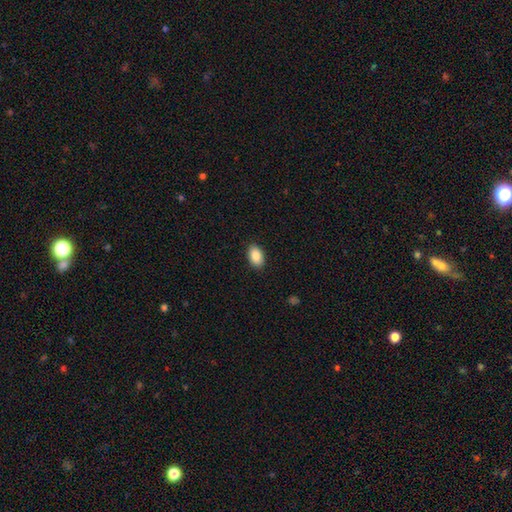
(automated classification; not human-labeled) This appears to be a smooth galaxy with no disk features (87%) that is in between round and cigar-shaped (90%). Merging: none (90%).